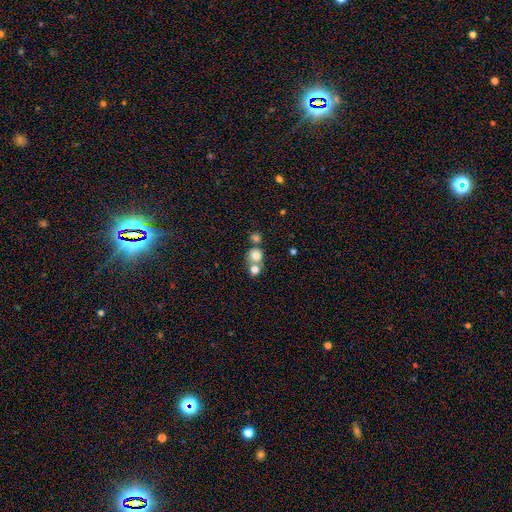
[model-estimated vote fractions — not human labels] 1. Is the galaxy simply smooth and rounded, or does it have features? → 76% smooth, 12% star or artifact, 12% featured or disk.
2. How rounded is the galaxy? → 83% round, 16% in between, 1% cigar-shaped.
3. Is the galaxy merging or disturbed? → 50% merger, 40% none, 7% minor disturbance, 4% major disturbance.